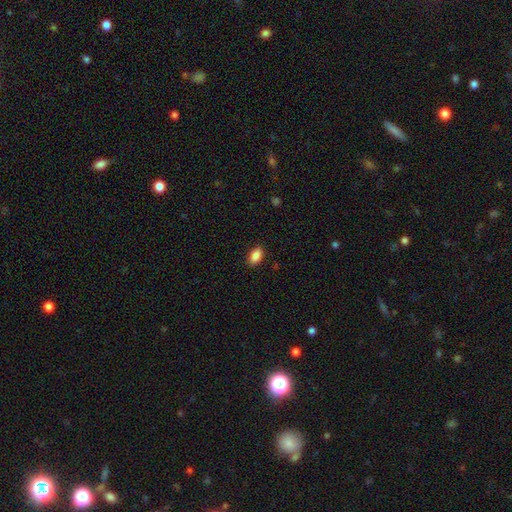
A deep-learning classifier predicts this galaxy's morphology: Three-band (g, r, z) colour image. It shows a smooth galaxy with no disk features (89%) that is in between round and cigar-shaped (92%). Merging: none (88%).